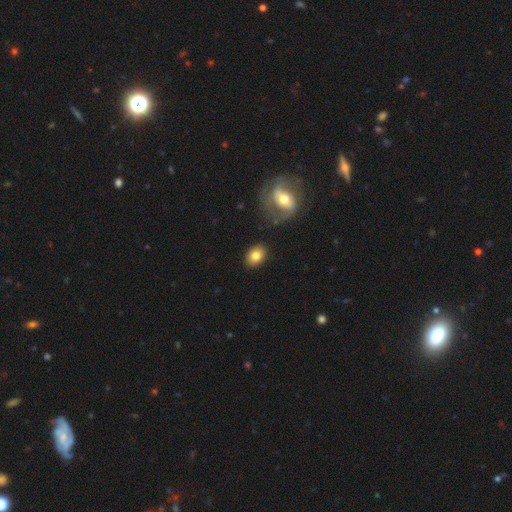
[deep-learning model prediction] Smooth or featured: smooth — 80% (featured or disk — 12%)
How rounded: in between — 72% (round — 27%)
Merging: none — 86% (minor disturbance — 9%)